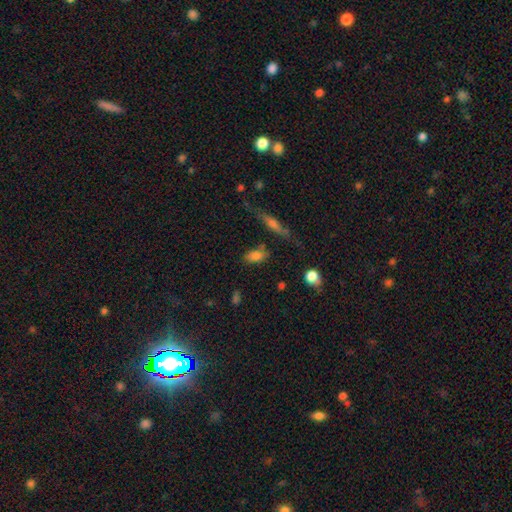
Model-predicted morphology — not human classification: A smooth galaxy with no disk features (80%) that is in between round and cigar-shaped (86%). Merging: none (70%).